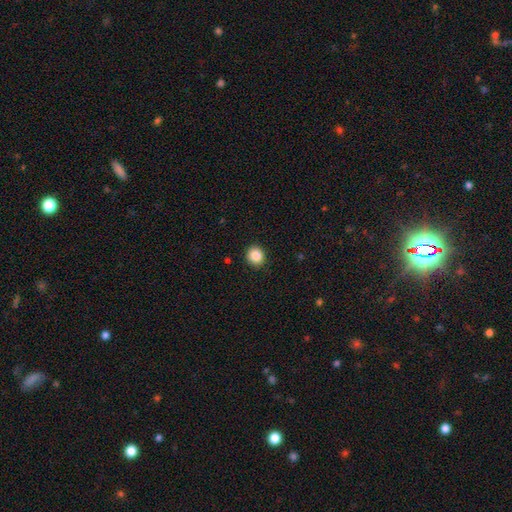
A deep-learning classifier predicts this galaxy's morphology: The model was most divided on "how rounded": round: 81%, in between: 18%, cigar-shaped: 1%. More confident: merging — none (90%); smooth or featured — smooth (87%).